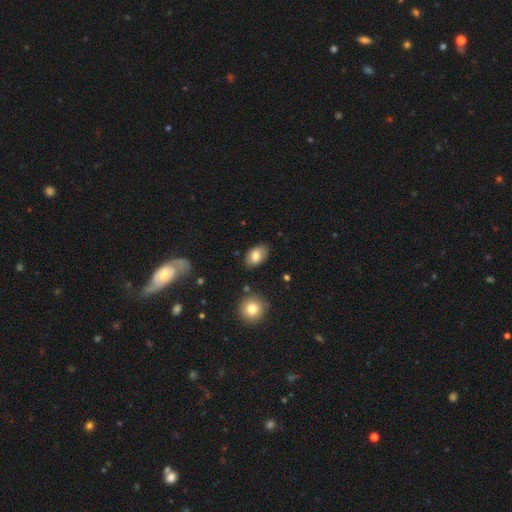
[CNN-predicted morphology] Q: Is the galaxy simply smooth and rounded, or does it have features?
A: smooth — 78%.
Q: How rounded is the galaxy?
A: in between — 91%.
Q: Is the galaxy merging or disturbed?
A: none — 83%.